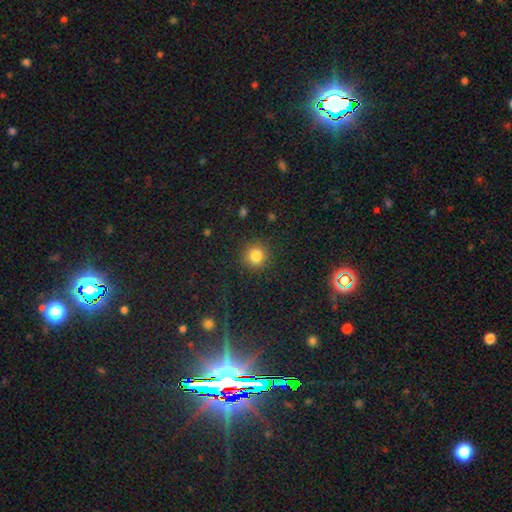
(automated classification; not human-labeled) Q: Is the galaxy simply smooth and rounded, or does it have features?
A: smooth — 84%.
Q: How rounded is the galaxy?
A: round — 92%.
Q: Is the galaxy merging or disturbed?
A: none — 90%.